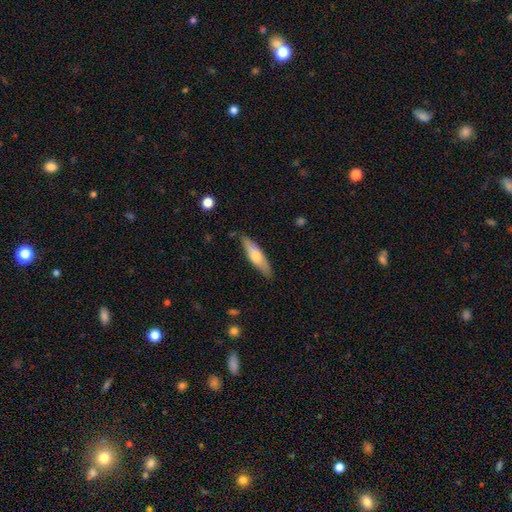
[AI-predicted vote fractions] Morphology: type=smooth (60%); roundness=cigar-shaped (66%); merging=none (84%).